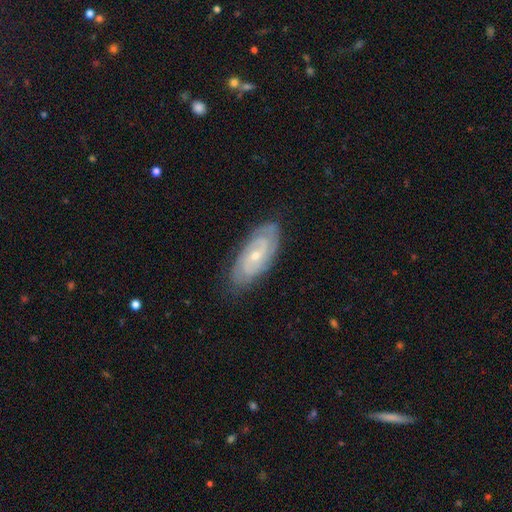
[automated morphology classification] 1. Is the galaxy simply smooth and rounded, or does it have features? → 83% featured or disk, 11% smooth, 6% star or artifact.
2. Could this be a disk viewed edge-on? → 94% no, 6% yes.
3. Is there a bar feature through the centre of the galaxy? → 55% no, 36% weak, 9% strong.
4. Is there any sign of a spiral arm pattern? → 96% yes, 4% no.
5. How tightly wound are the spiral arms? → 66% tight, 28% medium, 6% loose.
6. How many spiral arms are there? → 51% 2, 22% can't tell, 16% 3, 5% 4, 3% 1, 3% more than 4.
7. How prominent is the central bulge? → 66% small, 31% moderate, 1% none, 1% large, 1% dominant.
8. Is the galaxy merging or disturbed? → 81% none, 15% minor disturbance, 3% major disturbance, 1% merger.